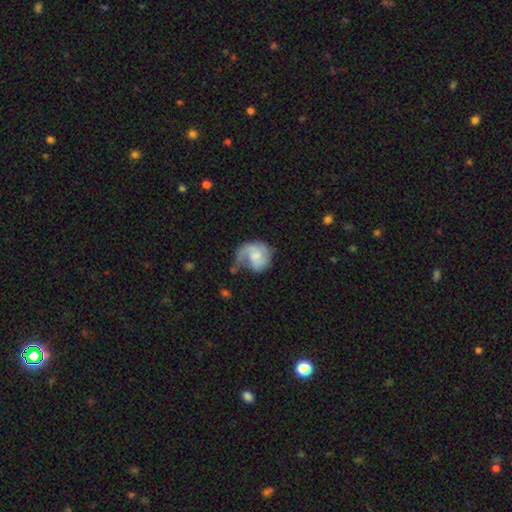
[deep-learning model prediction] A featured or disk galaxy (63%) with no bar (62%), 1 (53%) medium (41%) spiral arms (89%) and a small central bulge (37%). Merging: none (36%).